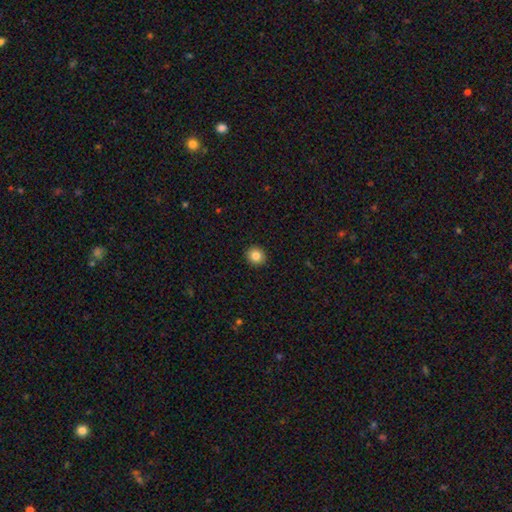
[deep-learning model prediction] Smooth or featured? Predicted: smooth (p=0.85). How rounded? Predicted: round (p=0.89). Merging? Predicted: none (p=0.93).